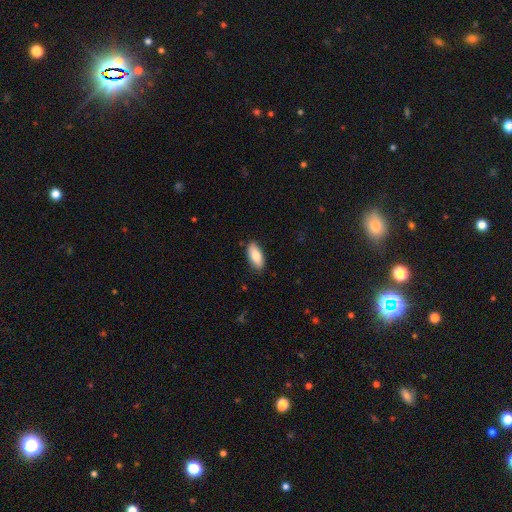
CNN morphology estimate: Q: Smooth or featured?
A: smooth (83%); runner-up: featured or disk (11%)
Q: How rounded?
A: in between (87%); runner-up: cigar-shaped (11%)
Q: Merging?
A: none (86%); runner-up: minor disturbance (11%)